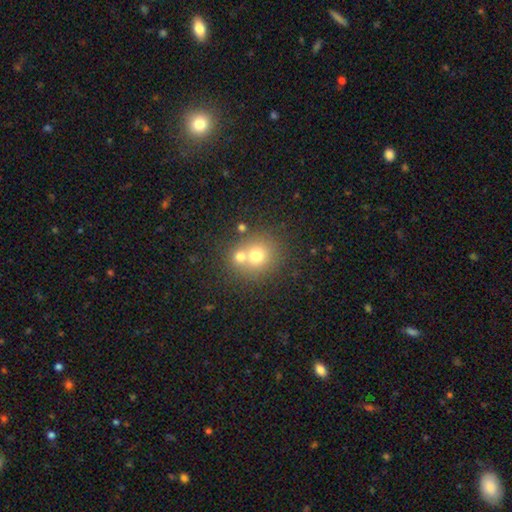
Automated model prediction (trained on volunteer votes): A smooth galaxy with no disk features (68%) that is round (85%).

Vote fractions:
- Smooth or featured? smooth: 68% / featured or disk: 17% / star or artifact: 14%
- How rounded? round: 85% / in between: 15% / cigar-shaped: 1%
- Merging? none: 47% / merger: 43% / minor disturbance: 7% / major disturbance: 3%